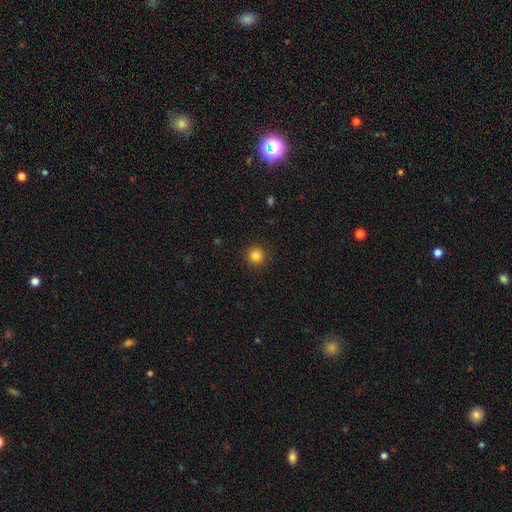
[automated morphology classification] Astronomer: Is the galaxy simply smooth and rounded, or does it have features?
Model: smooth — 84%.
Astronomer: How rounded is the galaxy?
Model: round — 95%.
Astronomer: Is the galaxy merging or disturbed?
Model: none — 91%.